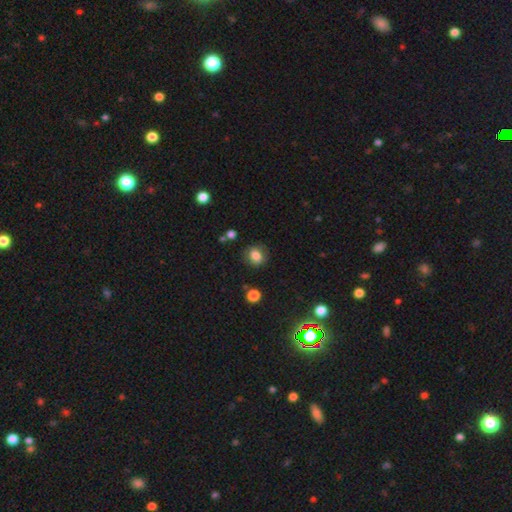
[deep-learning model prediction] This is clearly a smooth galaxy (81%). How rounded: likely round (66%). Merging: clearly none (82%).